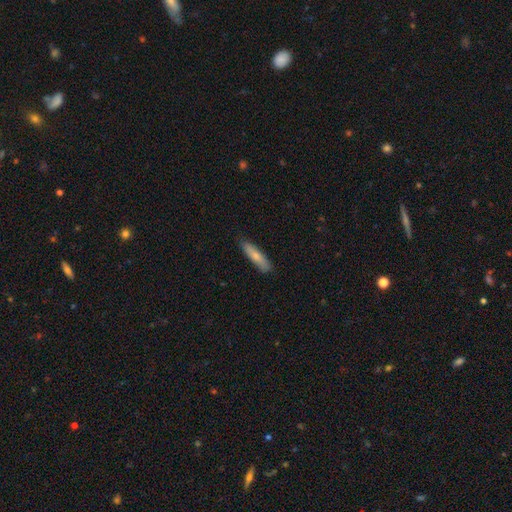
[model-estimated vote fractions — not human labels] The model was most divided on "how rounded": cigar-shaped: 74%, in between: 24%, round: 2%. More confident: merging — none (82%); smooth or featured — smooth (75%).